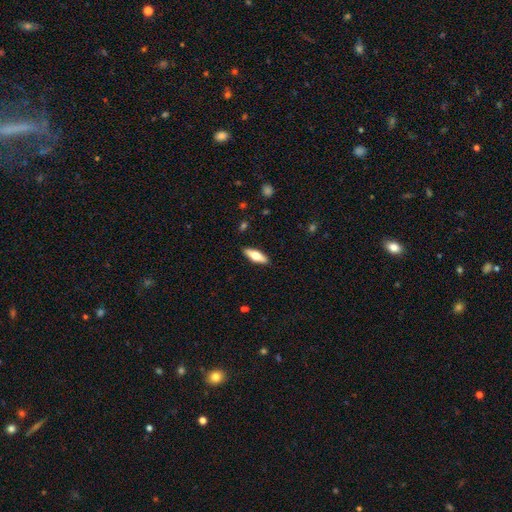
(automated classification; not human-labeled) A smooth galaxy with no disk features (58%) that is in between round and cigar-shaped (55%). Merging: none (89%).